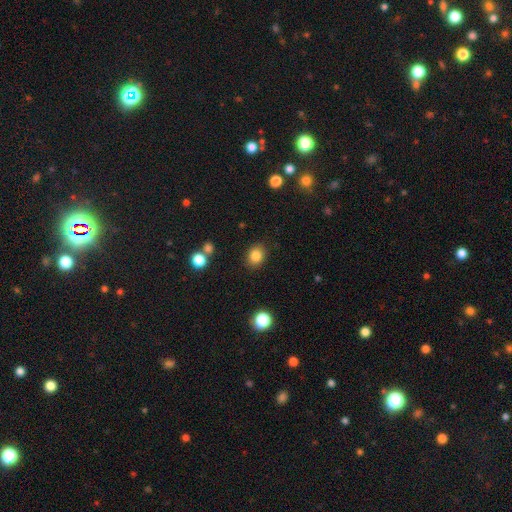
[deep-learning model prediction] This appears to be a smooth galaxy with no disk features (84%) that is round (58%). Merging: none (86%).